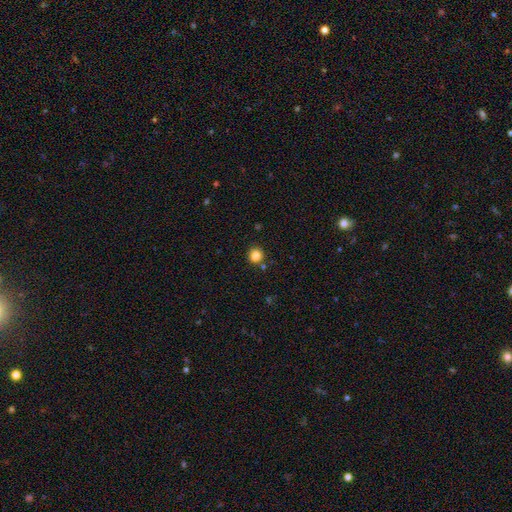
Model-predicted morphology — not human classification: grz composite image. It shows a smooth galaxy with no disk features (83%) that is round (82%). Merging: none (80%).